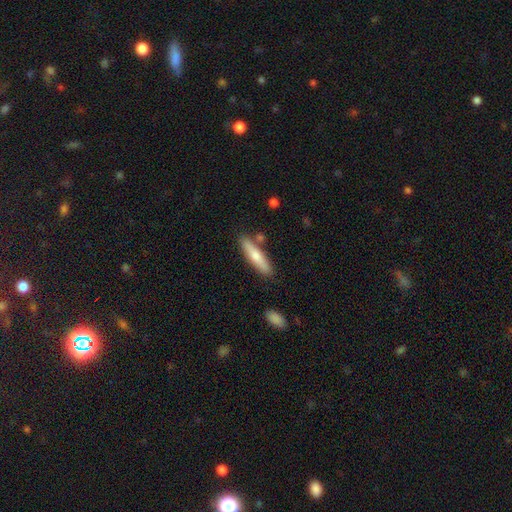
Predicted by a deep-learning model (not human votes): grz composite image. It shows a smooth galaxy with no disk features (66%) that is cigar-shaped (80%). Merging: none (81%).